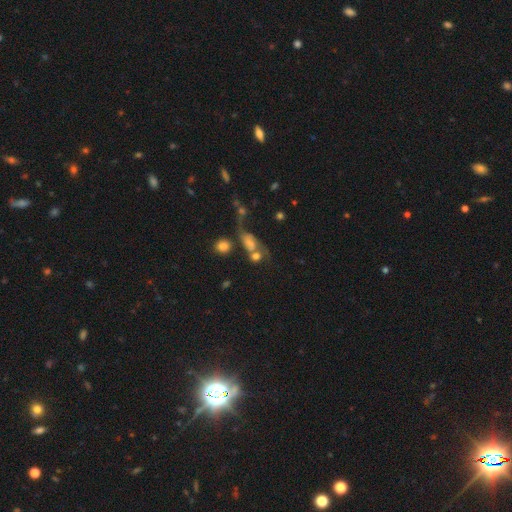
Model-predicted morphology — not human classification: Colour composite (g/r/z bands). It shows a star or artifact, not a galaxy (51%).